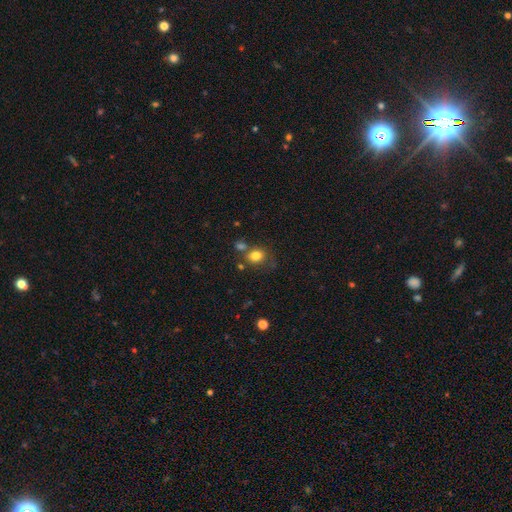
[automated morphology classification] smooth 80%, star or artifact 12%, featured or disk 8%. Down the decision tree: how rounded — round (65%); merging — none (62%).